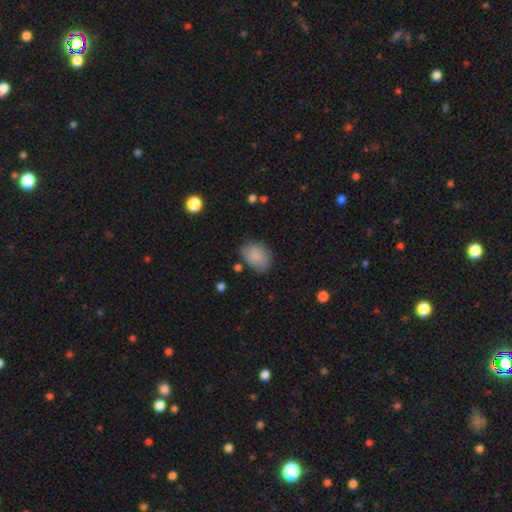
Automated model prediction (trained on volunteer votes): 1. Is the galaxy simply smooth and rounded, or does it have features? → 84% smooth, 8% featured or disk, 8% star or artifact.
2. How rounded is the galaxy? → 68% in between, 31% round, 1% cigar-shaped.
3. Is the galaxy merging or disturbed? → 66% none, 25% minor disturbance, 6% major disturbance, 3% merger.